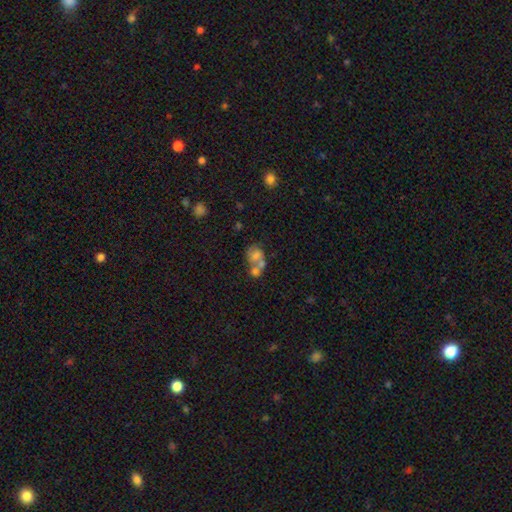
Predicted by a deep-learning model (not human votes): This is possibly a smooth galaxy (54%). How rounded: possibly in between (50%). Merging: likely merger (60%).